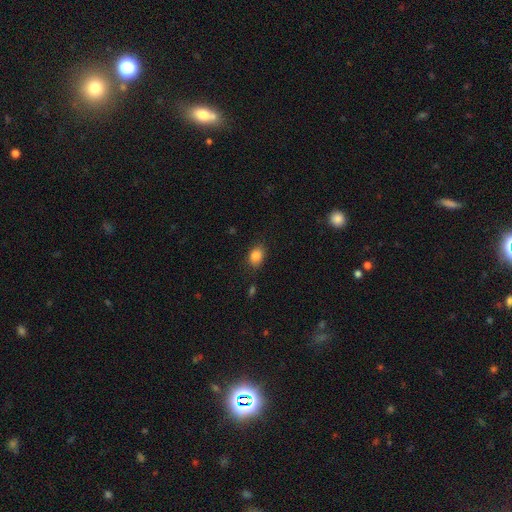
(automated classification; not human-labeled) This is clearly a smooth galaxy (84%). How rounded: likely in between (68%). Merging: clearly none (83%).